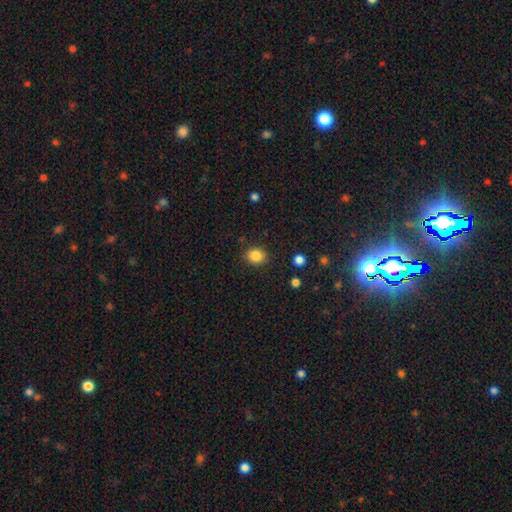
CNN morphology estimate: Smooth or featured? Predicted: smooth (p=0.85). How rounded? Predicted: round (p=0.65). Merging? Predicted: none (p=0.87).